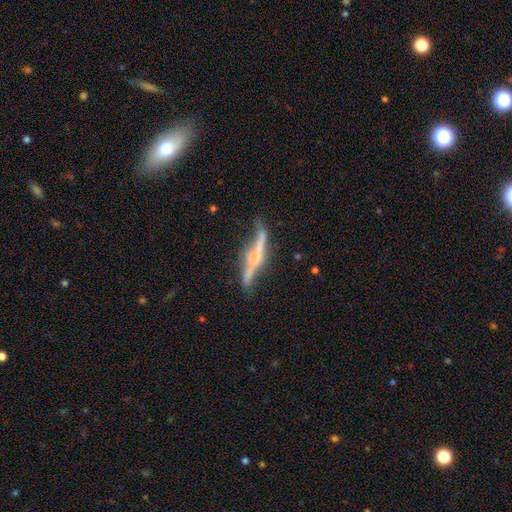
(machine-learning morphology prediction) A featured or disk galaxy (73%) viewed edge-on (84%) with a rounded central bulge (55%).

Vote fractions:
- Smooth or featured? featured or disk: 73% / smooth: 19% / star or artifact: 8%
- Edge-on disk? yes: 84% / no: 16%
- Edge-on bulge? rounded: 55% / none: 24% / boxy: 22%
- Merging? none: 56% / minor disturbance: 27% / major disturbance: 12% / merger: 6%